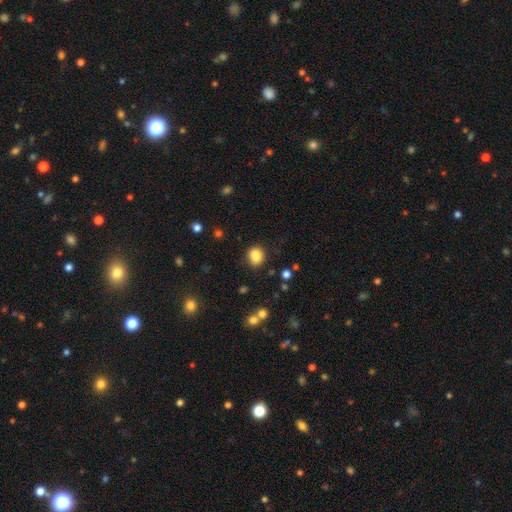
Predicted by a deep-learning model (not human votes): This appears to be a smooth galaxy with no disk features (86%) that is round (61%). Merging: none (82%).